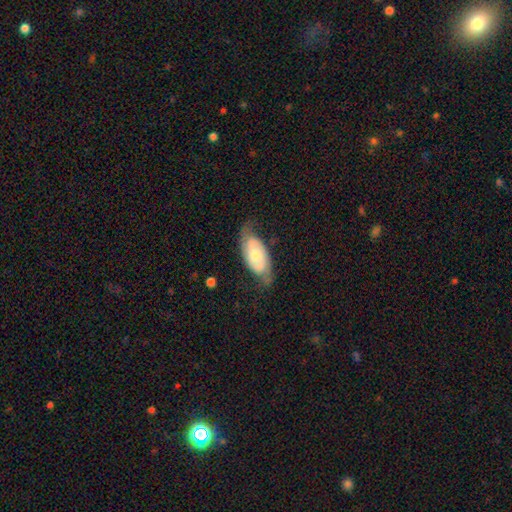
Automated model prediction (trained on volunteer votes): This appears to be a featured or disk galaxy (70%) with no bar (69%), 2 (79%) medium (42%) spiral arms (85%) and a moderate central bulge (63%). Merging: none (62%).